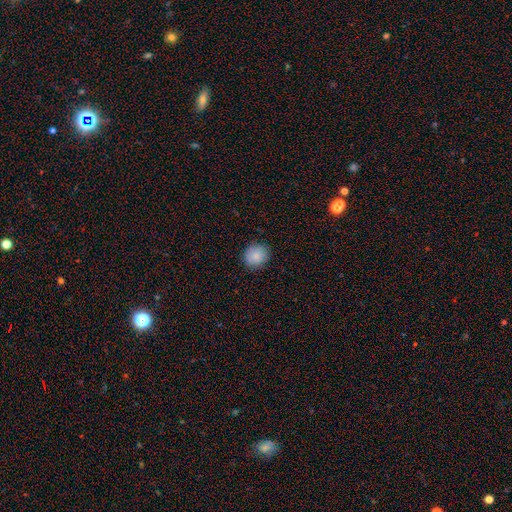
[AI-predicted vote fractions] Smooth or featured? smooth (87%)
How rounded? round (84%)
Merging? none (89%)